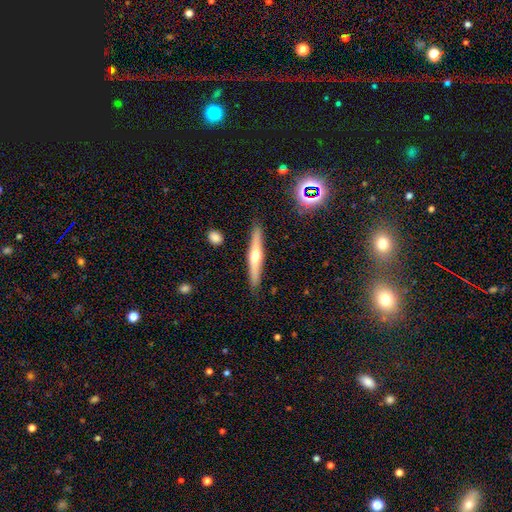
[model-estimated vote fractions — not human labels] Morphology: type=featured or disk (61%); edge-on=yes (95%); edge-on bulge=rounded (91%); merging=none (90%).